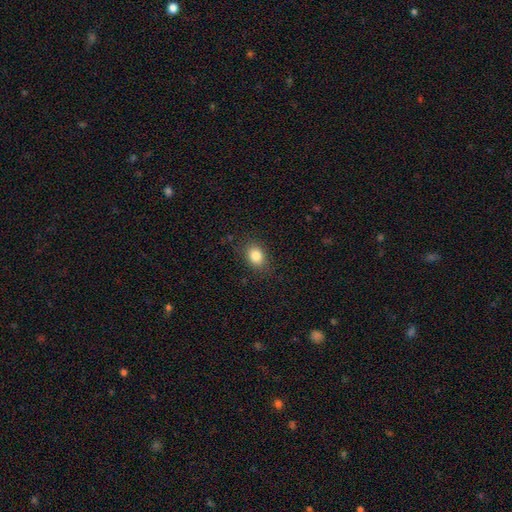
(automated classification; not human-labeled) smooth-or-featured: smooth: 84% | star or artifact: 10% | featured or disk: 7%
  how-rounded: in between: 64% | round: 35% | cigar-shaped: 1%
  merging: none: 84% | minor disturbance: 11% | major disturbance: 3% | merger: 1%